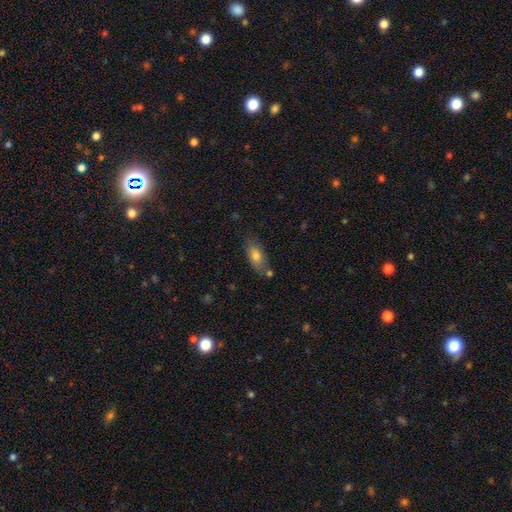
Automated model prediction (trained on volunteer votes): This appears to be a smooth galaxy with no disk features (79%) that is in between round and cigar-shaped (86%). Merging: none (68%).